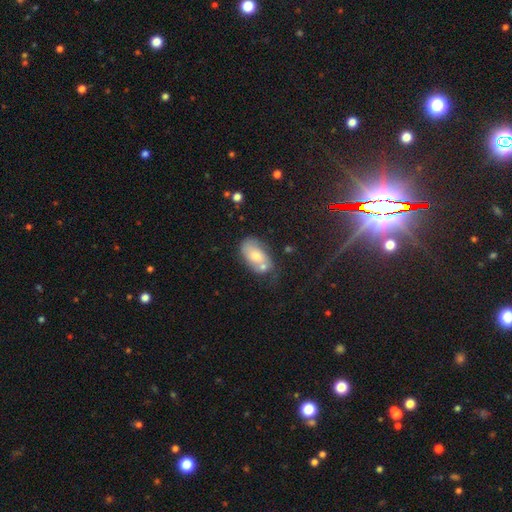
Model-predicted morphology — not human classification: Overall: smooth (64%; featured or disk 28%). How rounded: in between (91%). Merging: none (39%; merger 29%).